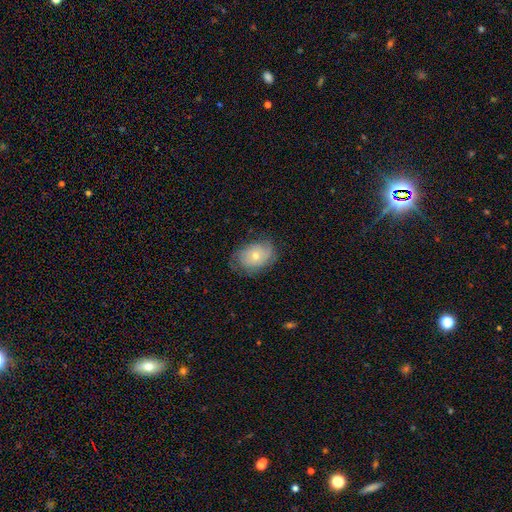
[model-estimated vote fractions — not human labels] The model was most divided on "smooth or featured": featured or disk: 50%, smooth: 41%, star or artifact: 9%. More confident: merging — none (68%).